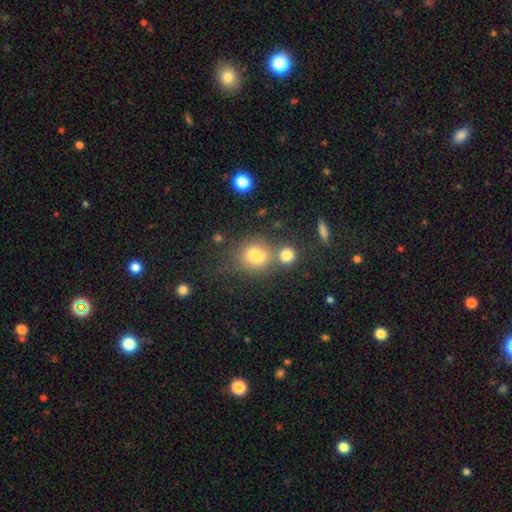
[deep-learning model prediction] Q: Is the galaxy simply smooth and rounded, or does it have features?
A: smooth — 78%.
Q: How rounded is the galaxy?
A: round — 62%.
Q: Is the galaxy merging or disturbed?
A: none — 52%.